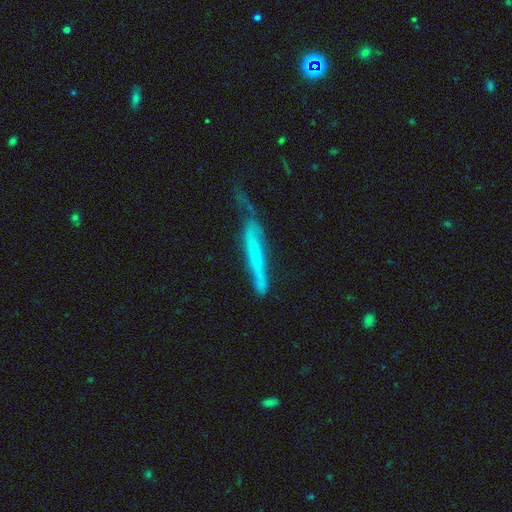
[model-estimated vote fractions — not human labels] Smooth or featured? Predicted: featured or disk (p=0.56). Edge-on disk? Predicted: yes (p=0.79). Merging? Predicted: none (p=0.37).